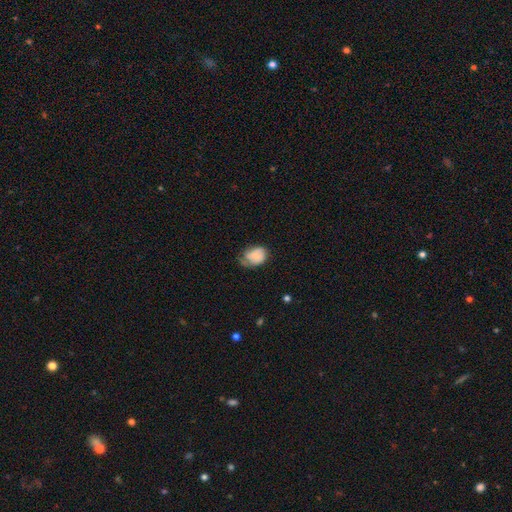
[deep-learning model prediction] smooth 65%, featured or disk 28%, star or artifact 8%. Down the decision tree: how rounded — in between (67%); merging — minor disturbance (40%).